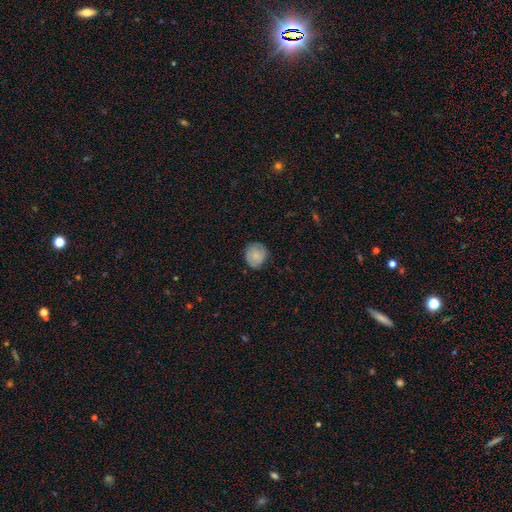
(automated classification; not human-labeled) A smooth galaxy with no disk features (83%) that is round (85%). Merging: none (83%).